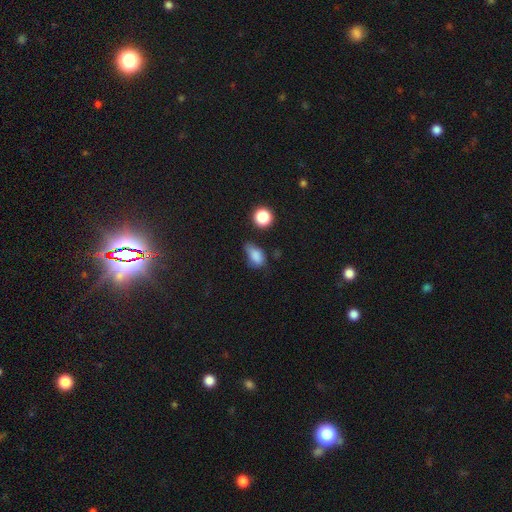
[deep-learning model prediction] Smooth or featured? smooth (80%)
How rounded? in between (81%)
Merging? minor disturbance (42%)